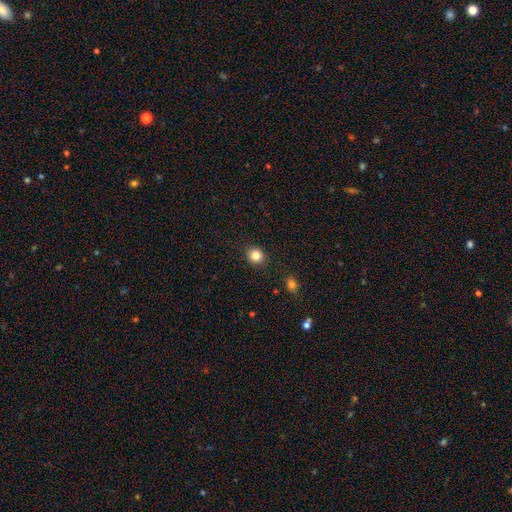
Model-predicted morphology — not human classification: This appears to be a smooth galaxy with no disk features (84%) that is round (82%). Merging: none (91%).